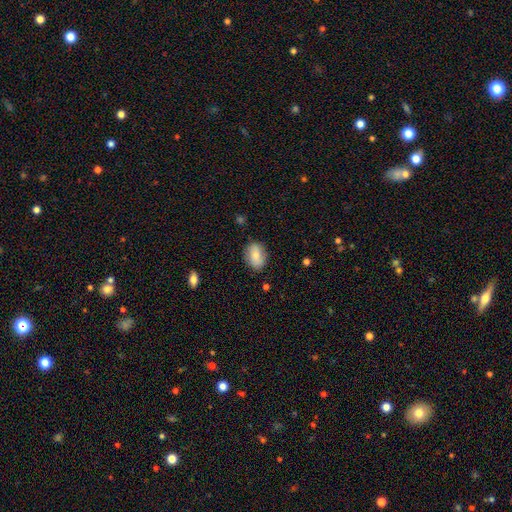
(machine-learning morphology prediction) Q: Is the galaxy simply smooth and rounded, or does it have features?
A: smooth — 75%.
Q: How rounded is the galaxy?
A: in between — 78%.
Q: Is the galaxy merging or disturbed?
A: none — 82%.